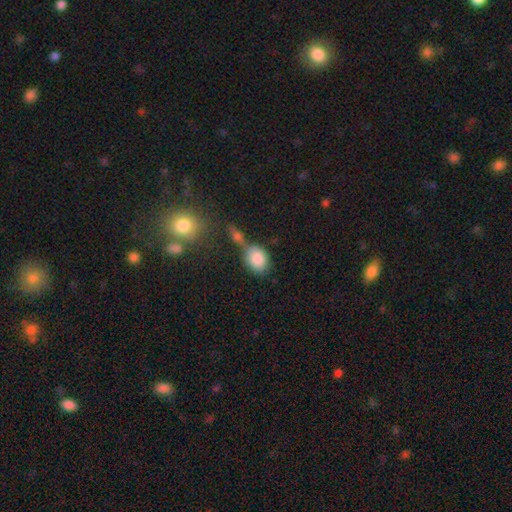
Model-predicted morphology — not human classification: Smooth or featured? smooth (85%)
How rounded? in between (63%)
Merging? none (49%)